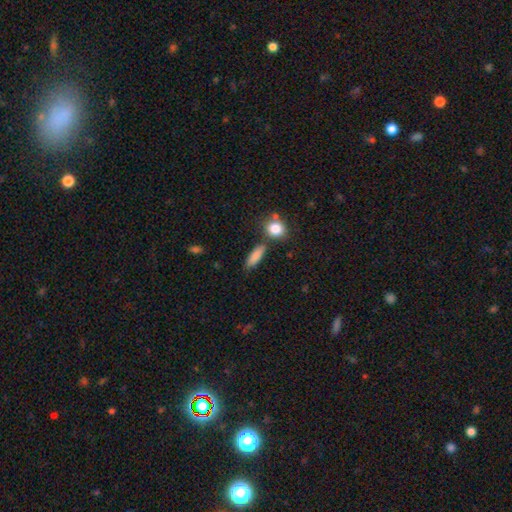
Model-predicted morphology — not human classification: Smooth or featured?
  - smooth: 84% *
  - star or artifact: 8%
  - featured or disk: 8%
How rounded?
  - in between: 46% * (tied)
  - cigar-shaped: 46% * (tied)
  - round: 8%
Merging?
  - none: 75% *
  - minor disturbance: 13%
  - merger: 8%
  - major disturbance: 4%